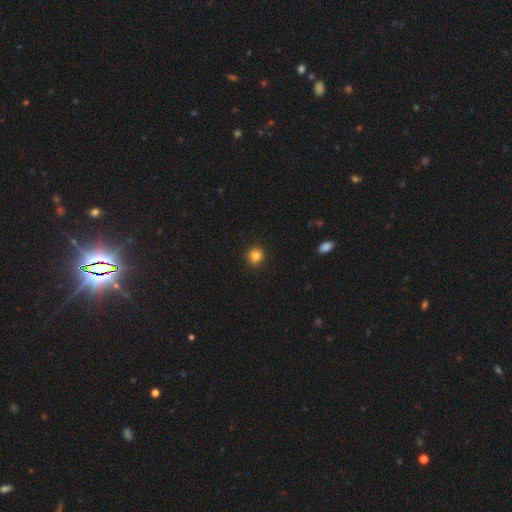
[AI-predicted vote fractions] Smooth or featured?
  - smooth: 84% *
  - star or artifact: 11%
  - featured or disk: 5%
How rounded?
  - round: 86% *
  - in between: 13%
  - cigar-shaped: 1%
Merging?
  - none: 90% *
  - minor disturbance: 7%
  - major disturbance: 2%
  - merger: 1%